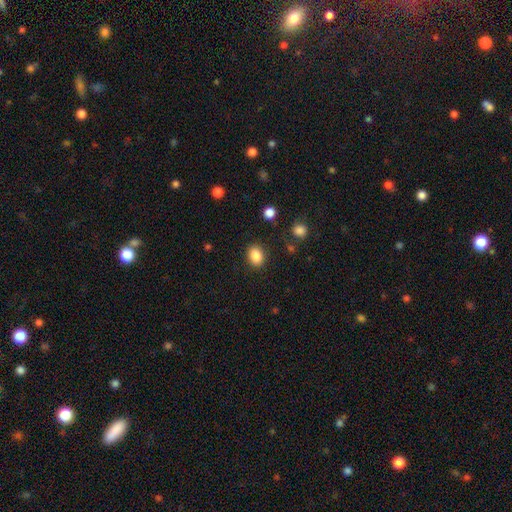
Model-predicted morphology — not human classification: smooth-or-featured: smooth: 86% | star or artifact: 9% | featured or disk: 5%
  how-rounded: in between: 60% | round: 39% | cigar-shaped: 1%
  merging: none: 86% | minor disturbance: 9% | major disturbance: 3% | merger: 2%